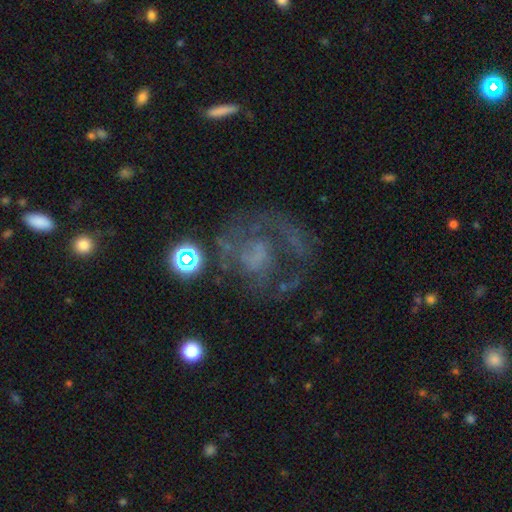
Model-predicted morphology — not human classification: Smooth or featured?
  - featured or disk: 59% *
  - smooth: 23%
  - star or artifact: 18%
Edge-on disk?
  - no: 98% *
  - yes: 2%
Bar?
  - no: 79% *
  - weak: 16%
  - strong: 4%
Spiral arms?
  - yes: 51% *
  - no: 49%
Bulge size?
  - none: 65% *
  - small: 15%
  - moderate: 12%
  - large: 6%
  - dominant: 2%
Merging?
  - none: 45% *
  - major disturbance: 35%
  - minor disturbance: 16%
  - merger: 4%